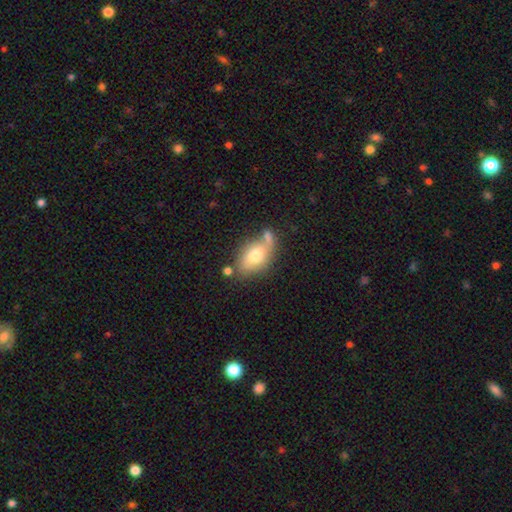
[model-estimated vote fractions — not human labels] A smooth galaxy with no disk features (69%) that is in between round and cigar-shaped (86%). Merging: none (52%).